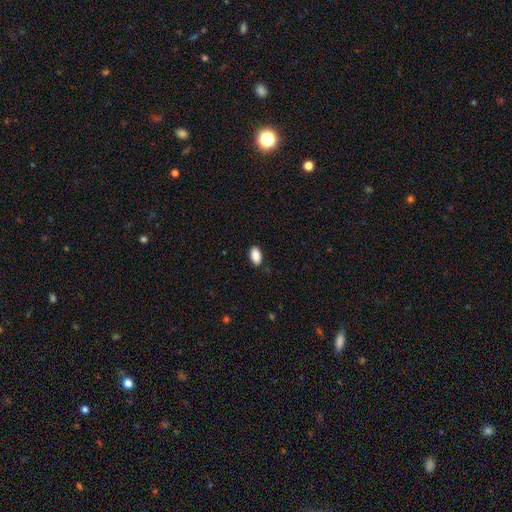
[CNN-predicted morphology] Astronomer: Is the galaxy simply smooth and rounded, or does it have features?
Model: smooth — 89%.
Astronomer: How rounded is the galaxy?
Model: in between — 93%.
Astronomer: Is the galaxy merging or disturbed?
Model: none — 86%.